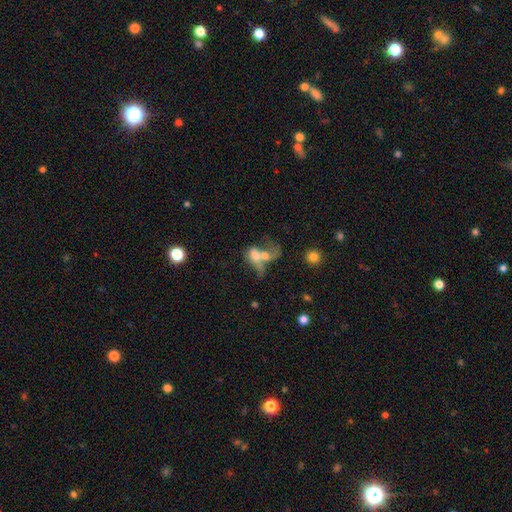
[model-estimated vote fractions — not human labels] This appears to be a smooth galaxy with no disk features (54%) that is in between round and cigar-shaped (73%). Merging: merger (68%).